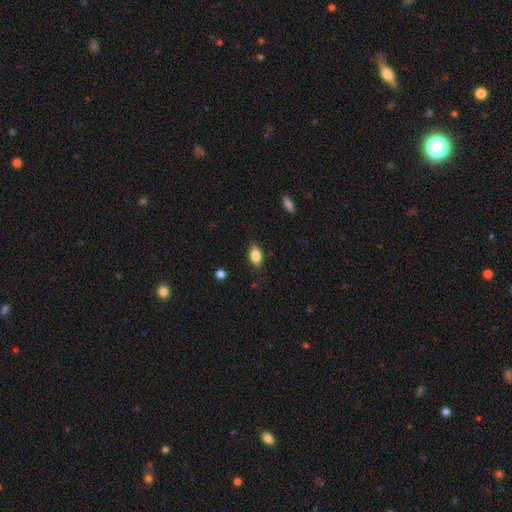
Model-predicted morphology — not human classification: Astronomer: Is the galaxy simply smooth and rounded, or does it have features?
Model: smooth — 81%.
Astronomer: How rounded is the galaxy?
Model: in between — 87%.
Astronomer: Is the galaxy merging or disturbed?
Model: none — 81%.